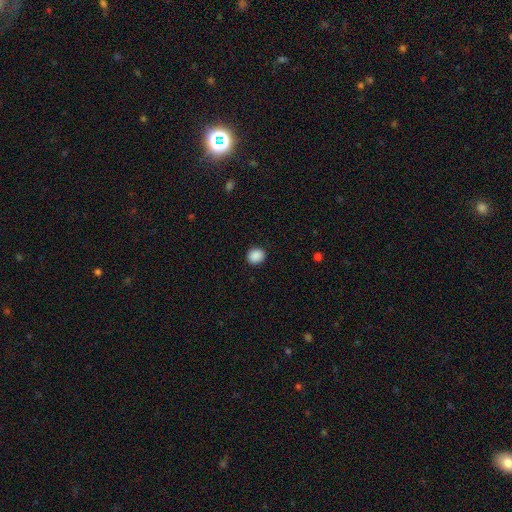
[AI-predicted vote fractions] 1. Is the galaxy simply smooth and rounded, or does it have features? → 89% smooth, 9% star or artifact, 2% featured or disk.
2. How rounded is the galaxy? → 80% round, 20% in between, 1% cigar-shaped.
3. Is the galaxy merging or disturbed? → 91% none, 6% minor disturbance, 2% major disturbance, 1% merger.